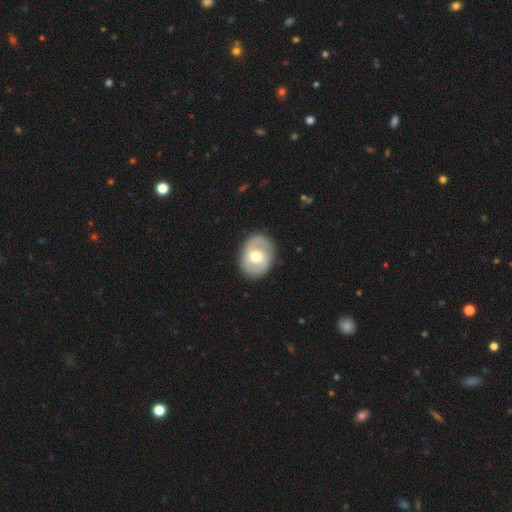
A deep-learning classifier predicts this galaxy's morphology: smooth-or-featured: featured or disk: 52% | smooth: 42% | star or artifact: 5%
  disk-edge-on: no: 95% | yes: 5%
  merging: none: 84% | minor disturbance: 11% | major disturbance: 4% | merger: 1%